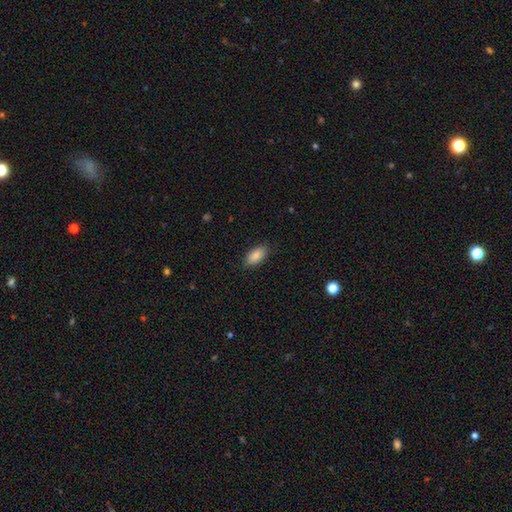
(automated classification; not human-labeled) Q: Smooth or featured?
A: smooth (86%); runner-up: featured or disk (7%)
Q: How rounded?
A: in between (92%); runner-up: cigar-shaped (5%)
Q: Merging?
A: none (85%); runner-up: minor disturbance (12%)